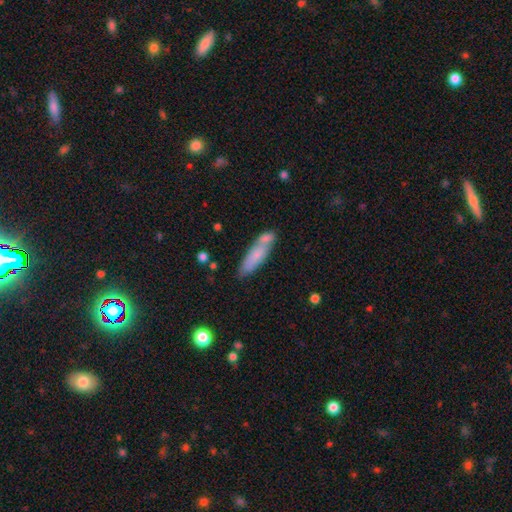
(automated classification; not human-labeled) Smooth or featured? smooth (72%)
How rounded? cigar-shaped (65%)
Merging? none (56%)